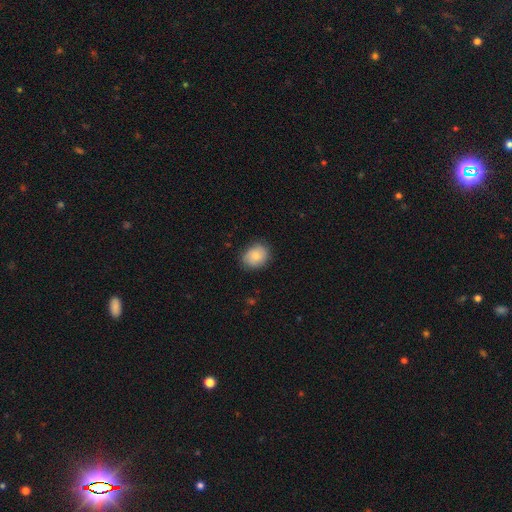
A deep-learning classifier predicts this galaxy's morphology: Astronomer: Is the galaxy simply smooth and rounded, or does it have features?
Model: smooth — 78%.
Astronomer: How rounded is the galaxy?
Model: round — 53% (runner-up: in between, 46%).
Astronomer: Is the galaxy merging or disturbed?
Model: none — 82%.